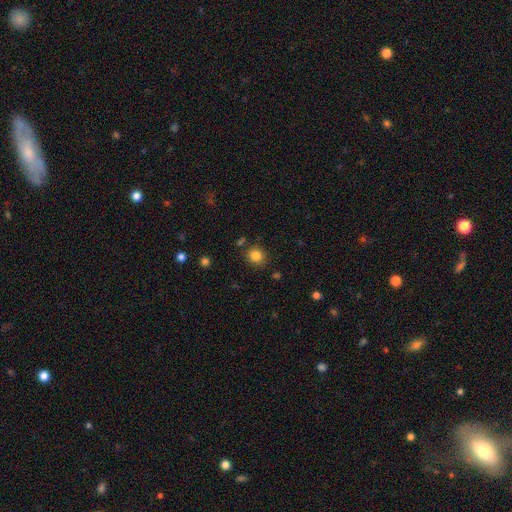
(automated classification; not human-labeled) Smooth or featured: smooth — 83% (star or artifact — 12%)
How rounded: round — 77% (in between — 22%)
Merging: none — 85% (minor disturbance — 9%)